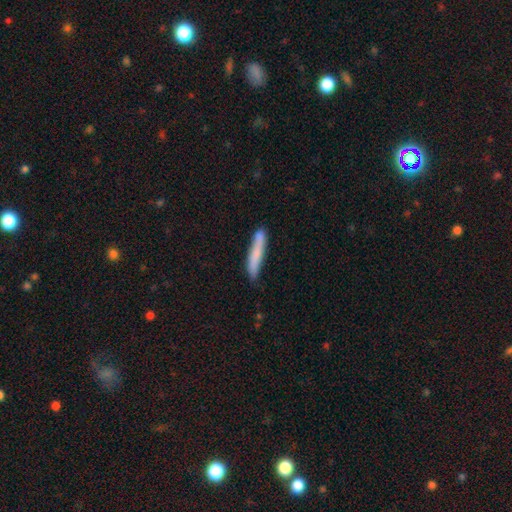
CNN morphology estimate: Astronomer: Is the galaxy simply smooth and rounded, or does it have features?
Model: smooth — 74%.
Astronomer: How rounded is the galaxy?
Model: cigar-shaped — 92%.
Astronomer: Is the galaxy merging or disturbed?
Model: none — 73%.